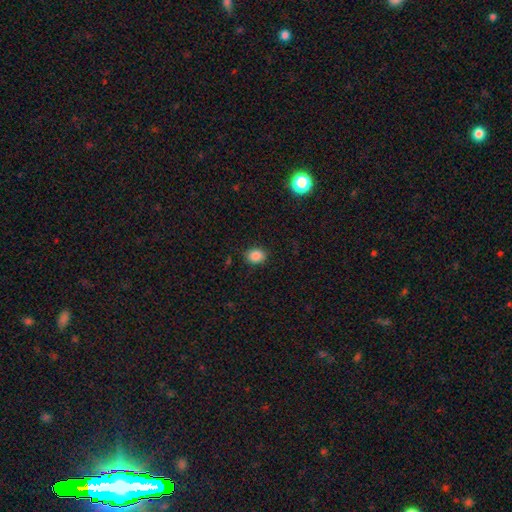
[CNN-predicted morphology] smooth-or-featured: smooth: 87% | star or artifact: 10% | featured or disk: 3%
  how-rounded: round: 50% | in between: 49% | cigar-shaped: 1%
  merging: none: 85% | minor disturbance: 11% | major disturbance: 3% | merger: 1%